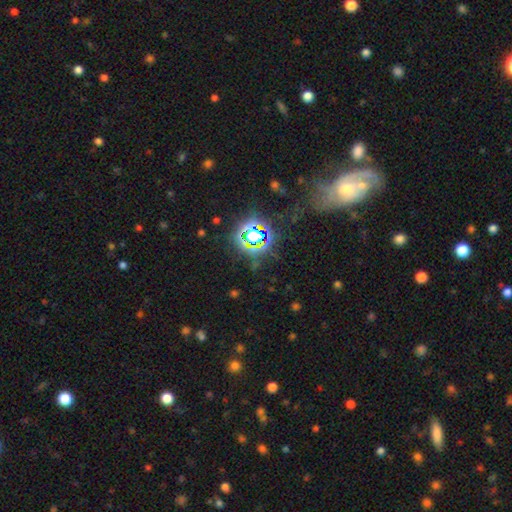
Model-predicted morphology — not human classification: star or artifact 64%, smooth 18%, featured or disk 18%.